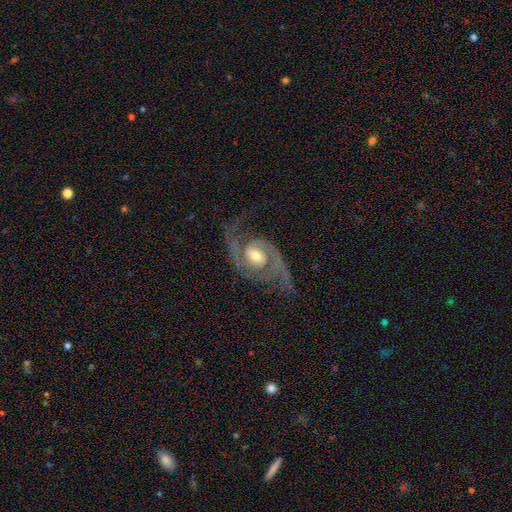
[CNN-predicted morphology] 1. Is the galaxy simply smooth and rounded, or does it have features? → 91% featured or disk, 4% star or artifact, 4% smooth.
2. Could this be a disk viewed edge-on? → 97% no, 3% yes.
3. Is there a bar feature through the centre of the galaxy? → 50% no, 38% weak, 11% strong.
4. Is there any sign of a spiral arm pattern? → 98% yes, 2% no.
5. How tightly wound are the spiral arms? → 53% medium, 27% loose, 20% tight.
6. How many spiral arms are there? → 89% 2, 4% 3, 3% can't tell, 2% 1, 2% 4, 1% more than 4.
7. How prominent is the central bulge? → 68% moderate, 19% small, 10% large, 1% none, 1% dominant.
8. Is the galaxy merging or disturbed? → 70% none, 16% minor disturbance, 12% major disturbance, 2% merger.